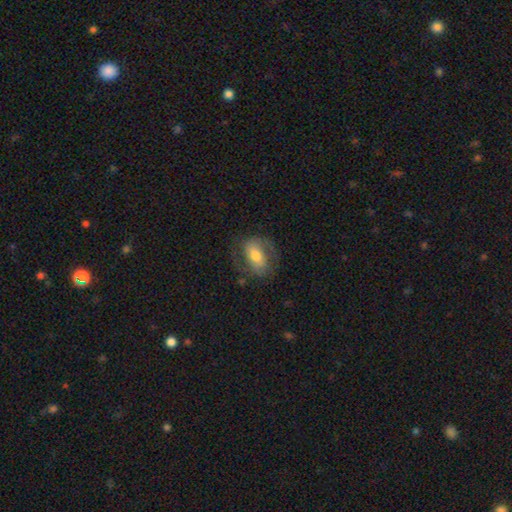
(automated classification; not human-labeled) The model was most divided on "smooth or featured": smooth: 47%, featured or disk: 46%, star or artifact: 7%. More confident: merging — none (66%).